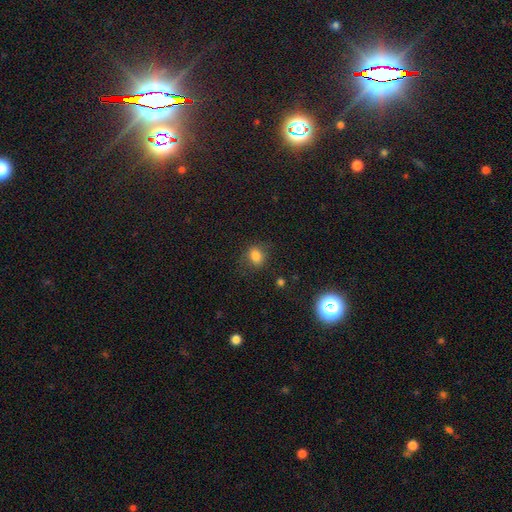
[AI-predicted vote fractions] This is likely a smooth galaxy (79%). How rounded: possibly round (51%). Merging: likely none (75%).